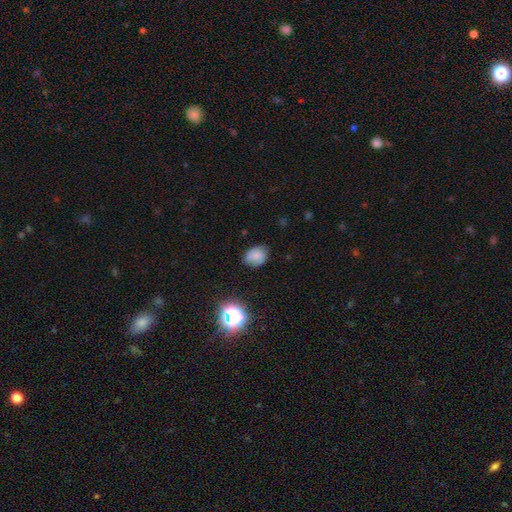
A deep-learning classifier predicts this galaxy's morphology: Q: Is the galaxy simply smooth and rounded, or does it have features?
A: smooth — 70%.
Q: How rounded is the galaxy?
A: in between — 53%.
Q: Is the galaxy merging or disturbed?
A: none — 68%.